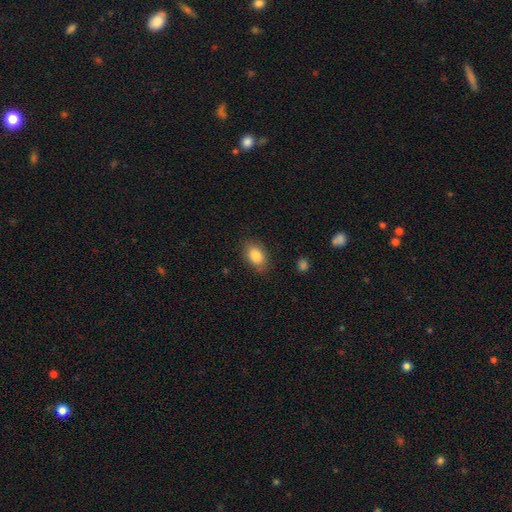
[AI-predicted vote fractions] This is clearly a smooth galaxy (84%). How rounded: clearly in between (84%). Merging: clearly none (83%).